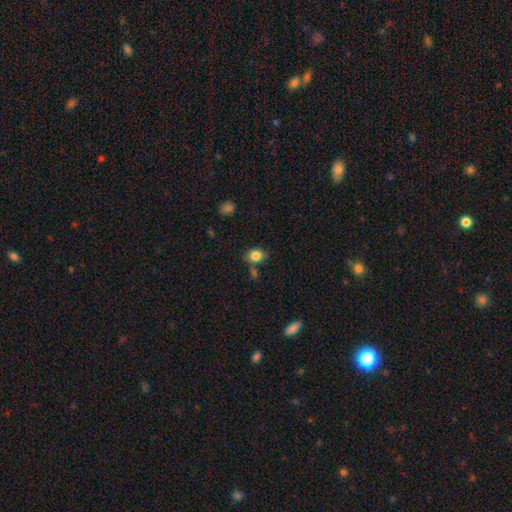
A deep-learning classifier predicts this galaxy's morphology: type=smooth (83%); roundness=round (51%); merging=none (67%).